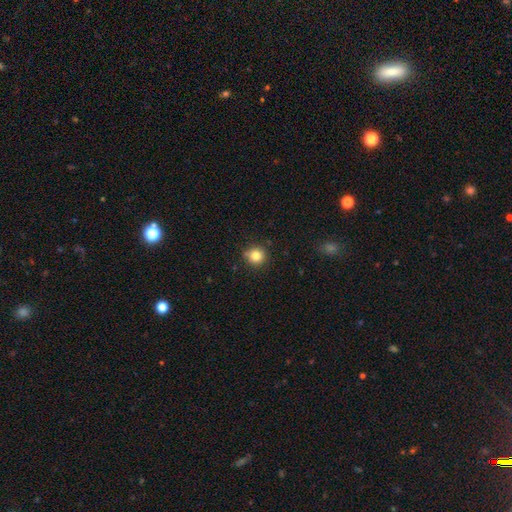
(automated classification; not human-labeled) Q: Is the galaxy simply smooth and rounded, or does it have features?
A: smooth — 82%.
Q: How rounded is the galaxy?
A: round — 94%.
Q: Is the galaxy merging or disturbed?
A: none — 86%.